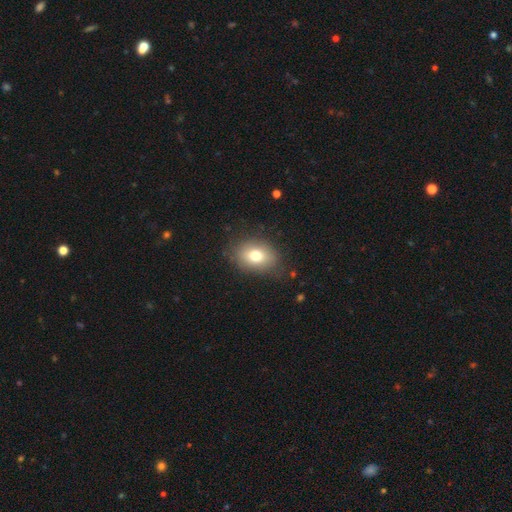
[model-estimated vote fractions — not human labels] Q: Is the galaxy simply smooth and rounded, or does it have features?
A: smooth — 76%.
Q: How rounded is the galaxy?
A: in between — 70%.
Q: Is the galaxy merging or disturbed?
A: none — 81%.